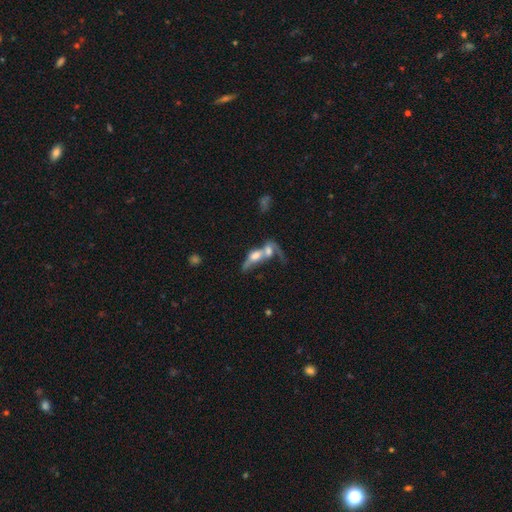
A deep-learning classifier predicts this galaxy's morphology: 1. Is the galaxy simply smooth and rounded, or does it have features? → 47% featured or disk, 43% smooth, 10% star or artifact.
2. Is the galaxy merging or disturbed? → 76% merger, 10% major disturbance, 9% none, 5% minor disturbance.